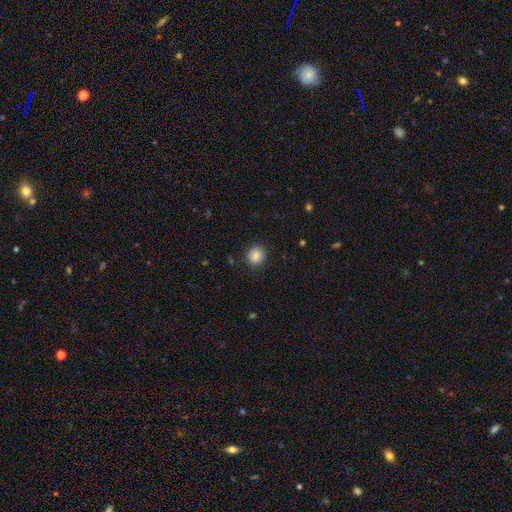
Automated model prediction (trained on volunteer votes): Smooth or featured? smooth (86%)
How rounded? round (84%)
Merging? none (89%)